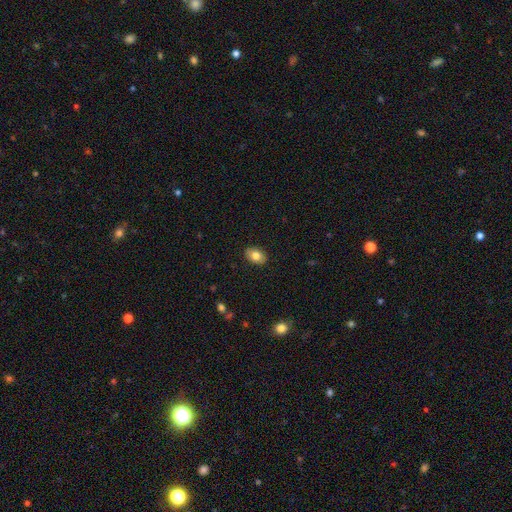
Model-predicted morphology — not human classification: Smooth or featured?
  - smooth: 80% *
  - featured or disk: 12%
  - star or artifact: 8%
How rounded?
  - in between: 82% *
  - round: 17%
  - cigar-shaped: 1%
Merging?
  - none: 89% *
  - minor disturbance: 8%
  - major disturbance: 2%
  - merger: 1%